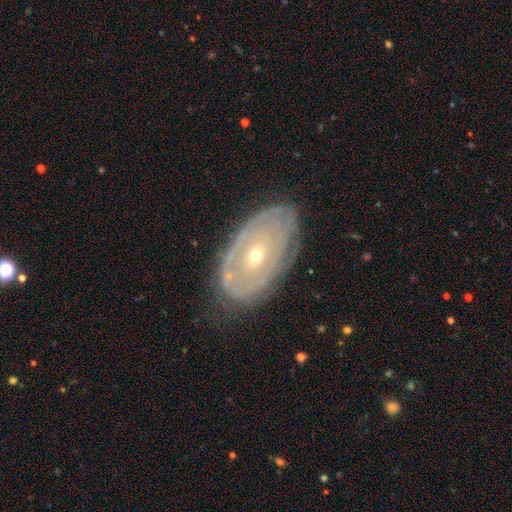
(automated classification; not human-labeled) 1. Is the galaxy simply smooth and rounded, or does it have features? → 75% featured or disk, 18% smooth, 6% star or artifact.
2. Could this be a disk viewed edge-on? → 92% no, 8% yes.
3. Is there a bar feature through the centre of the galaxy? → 76% no, 17% weak, 6% strong.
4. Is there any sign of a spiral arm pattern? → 59% yes, 41% no.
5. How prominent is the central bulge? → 67% small, 30% moderate, 1% large, 1% none, 1% dominant.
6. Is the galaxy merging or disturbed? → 71% none, 20% minor disturbance, 7% major disturbance, 2% merger.